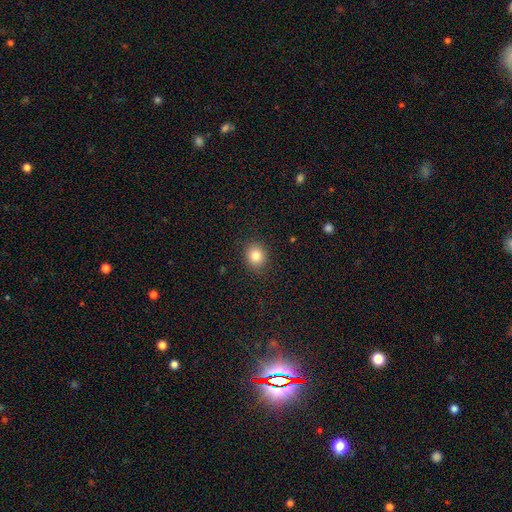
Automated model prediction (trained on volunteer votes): Q: Smooth or featured?
A: smooth (83%); runner-up: star or artifact (11%)
Q: How rounded?
A: round (73%); runner-up: in between (26%)
Q: Merging?
A: none (87%); runner-up: minor disturbance (9%)